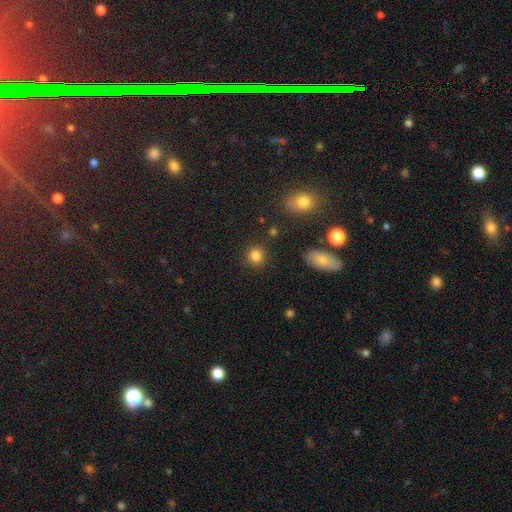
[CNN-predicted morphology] smooth 84%, star or artifact 12%, featured or disk 5%. Down the decision tree: how rounded — round (87%); merging — none (86%).